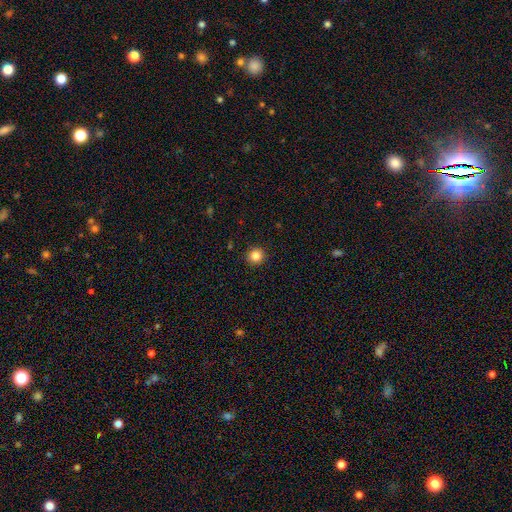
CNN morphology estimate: Smooth or featured?
  - smooth: 84% *
  - star or artifact: 12%
  - featured or disk: 4%
How rounded?
  - round: 95% *
  - in between: 4%
  - cigar-shaped: 1%
Merging?
  - none: 93% *
  - minor disturbance: 5%
  - major disturbance: 2%
  - merger: 1%